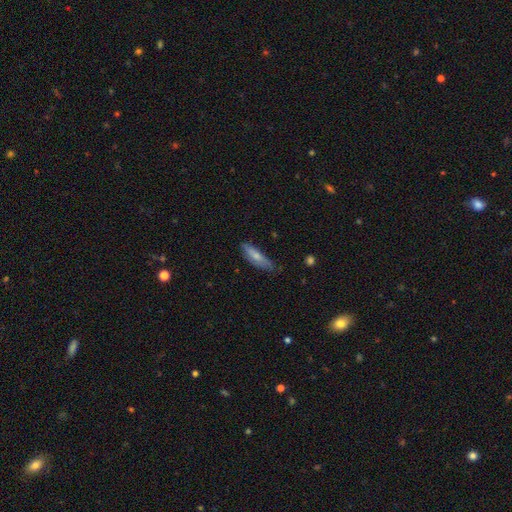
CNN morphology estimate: Overall: smooth (71%). How rounded: cigar-shaped (60%; in between 38%). Merging: none (69%).